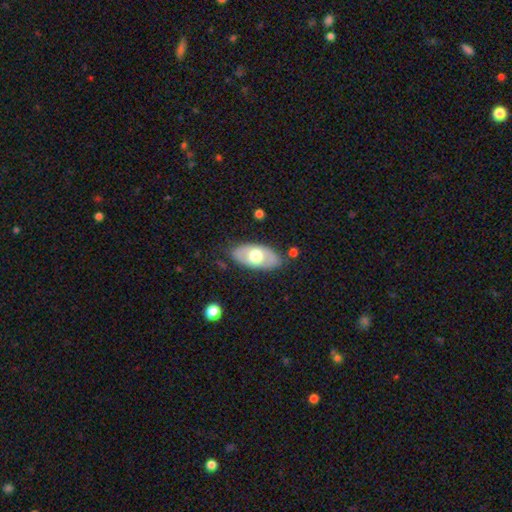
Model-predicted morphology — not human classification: This appears to be a smooth galaxy with no disk features (56%) that is in between round and cigar-shaped (92%). Merging: none (80%).